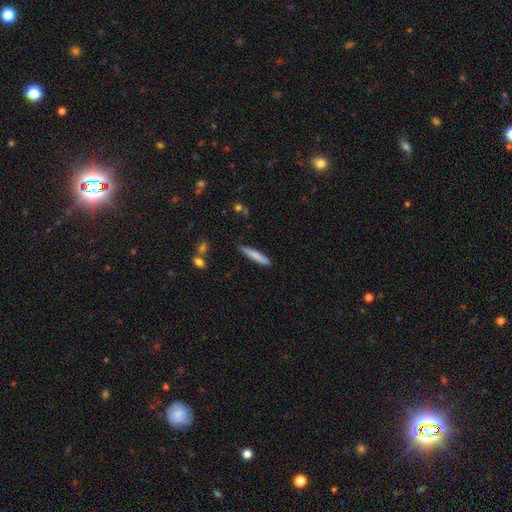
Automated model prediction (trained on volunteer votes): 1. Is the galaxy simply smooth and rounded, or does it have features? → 78% smooth, 16% featured or disk, 6% star or artifact.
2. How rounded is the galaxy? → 92% cigar-shaped, 6% in between, 1% round.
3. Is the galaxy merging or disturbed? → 85% none, 12% minor disturbance, 2% major disturbance, 2% merger.